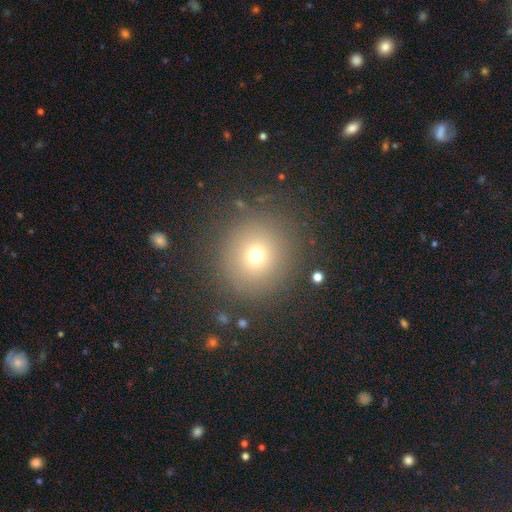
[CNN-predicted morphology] Q: Smooth or featured?
A: smooth (69%); runner-up: star or artifact (20%)
Q: How rounded?
A: round (92%); runner-up: in between (7%)
Q: Merging?
A: none (86%); runner-up: minor disturbance (8%)